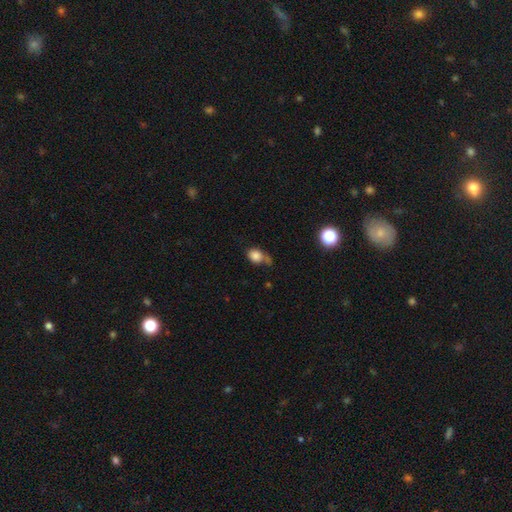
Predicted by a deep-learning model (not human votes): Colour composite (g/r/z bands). It shows a smooth galaxy with no disk features (81%) that is in between round and cigar-shaped (54%). Merging: none (39%).